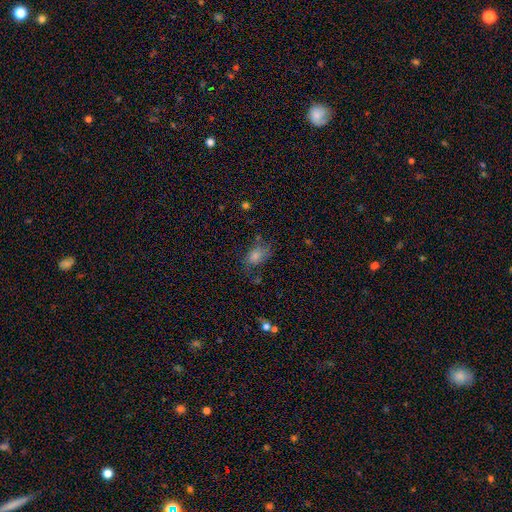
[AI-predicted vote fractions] This is likely a smooth galaxy (76%). How rounded: clearly in between (81%). Merging: possibly none (54%).